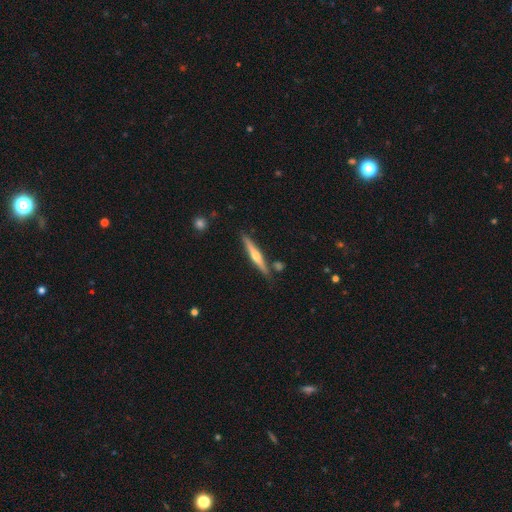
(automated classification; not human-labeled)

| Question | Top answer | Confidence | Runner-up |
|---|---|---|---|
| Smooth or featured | featured or disk | 62% | smooth (32%) |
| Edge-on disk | yes | 97% | no (3%) |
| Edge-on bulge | rounded | 86% | none (10%) |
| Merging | none | 84% | minor disturbance (10%) |